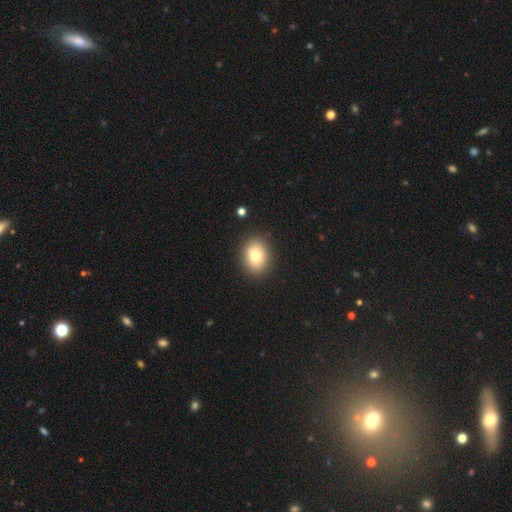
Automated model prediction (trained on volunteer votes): A smooth galaxy with no disk features (79%) that is in between round and cigar-shaped (55%). Merging: none (88%).